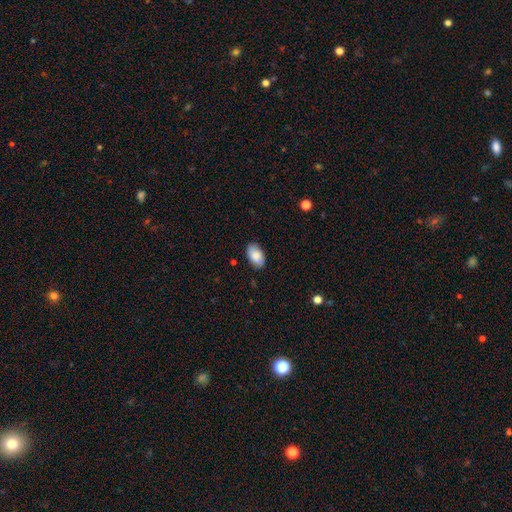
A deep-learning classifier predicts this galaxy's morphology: A smooth galaxy with no disk features (83%) that is in between round and cigar-shaped (93%). Merging: none (83%).